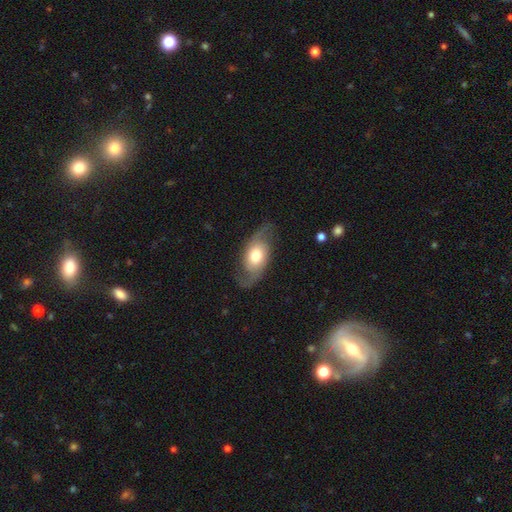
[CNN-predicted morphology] Overall: featured or disk (76%). Edge-on disk: no (94%). Bar: no (73%). Spiral arms: yes (92%). Spiral arm count: 2 (92%). Spiral winding: loose (51%; medium 36%). Bulge size: moderate (62%; large 22%). Merging: none (75%).